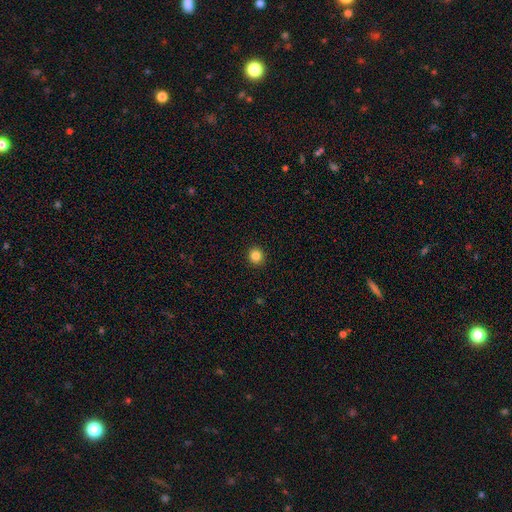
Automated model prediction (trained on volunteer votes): Smooth or featured? Predicted: smooth (p=0.84). How rounded? Predicted: round (p=0.89). Merging? Predicted: none (p=0.93).